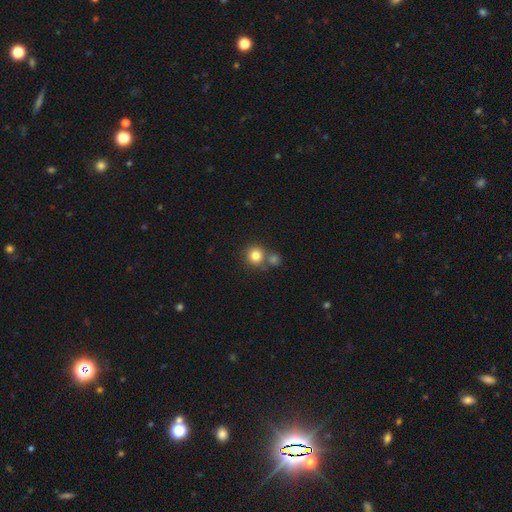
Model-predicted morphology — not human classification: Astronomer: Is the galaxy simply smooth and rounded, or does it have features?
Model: smooth — 80%.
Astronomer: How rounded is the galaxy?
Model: round — 91%.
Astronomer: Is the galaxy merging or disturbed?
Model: none — 62%.